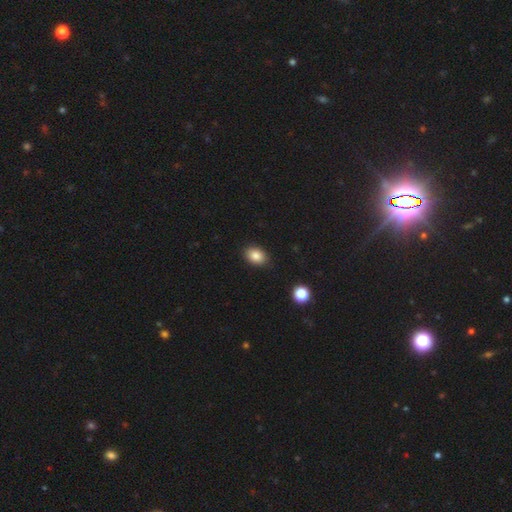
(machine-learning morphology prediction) A smooth galaxy with no disk features (85%) that is in between round and cigar-shaped (76%). Merging: none (87%).